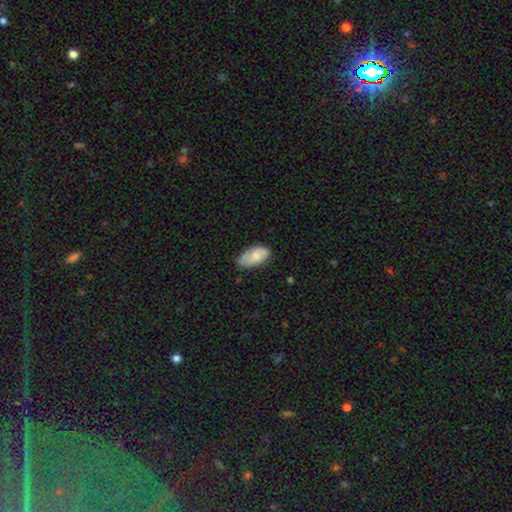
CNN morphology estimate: This appears to be a smooth galaxy with no disk features (67%) that is in between round and cigar-shaped (93%). Merging: none (67%).